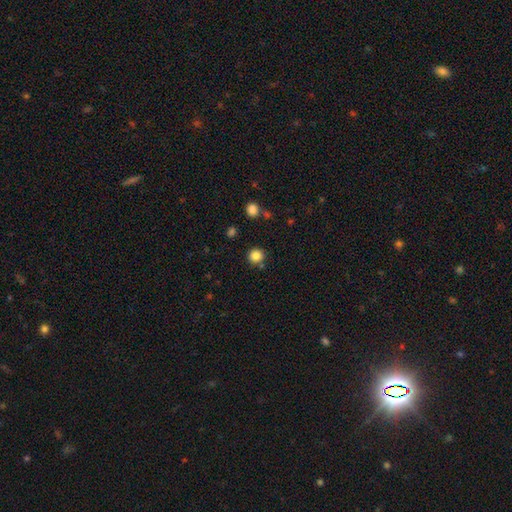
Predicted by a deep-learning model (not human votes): Smooth or featured: smooth — 84% (star or artifact — 11%)
How rounded: round — 92% (in between — 7%)
Merging: none — 84% (minor disturbance — 8%)